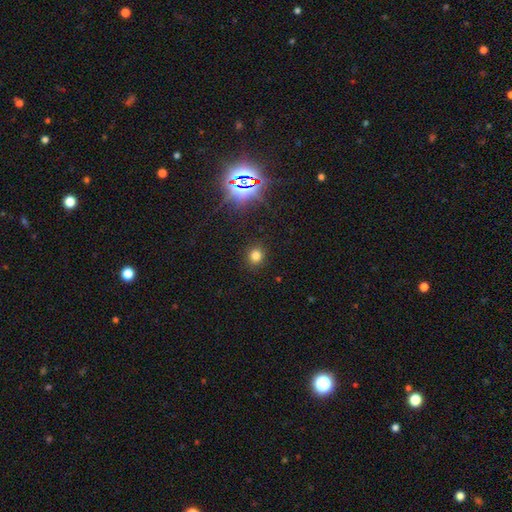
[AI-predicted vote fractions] Overall: smooth (76%). How rounded: round (84%). Merging: none (89%).